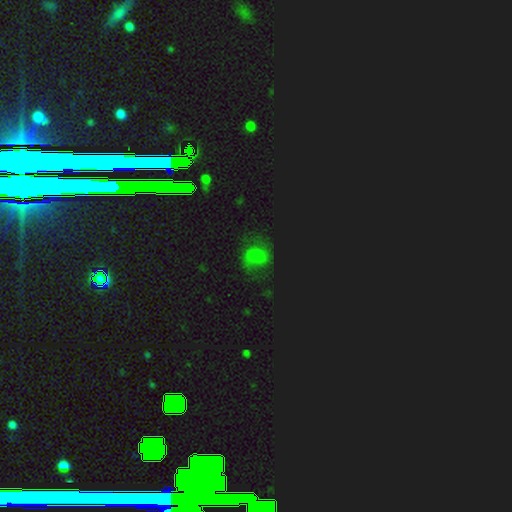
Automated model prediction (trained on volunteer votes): smooth_or_featured: smooth (p=0.45) [alt: featured or disk p=0.30]
merging: none (p=0.61) [alt: minor disturbance p=0.21]